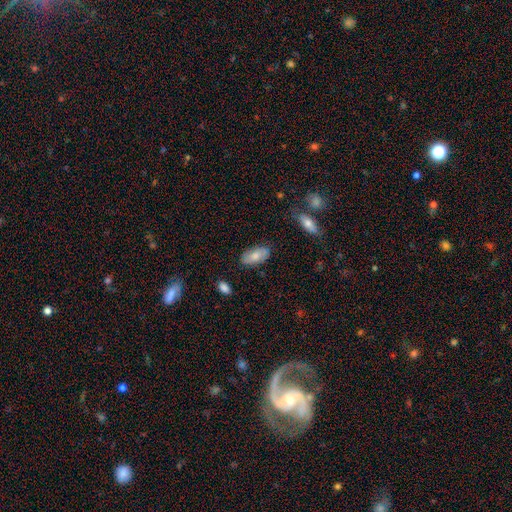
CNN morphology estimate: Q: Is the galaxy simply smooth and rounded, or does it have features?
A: smooth — 76%.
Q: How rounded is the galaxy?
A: in between — 93%.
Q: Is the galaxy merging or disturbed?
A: none — 81%.